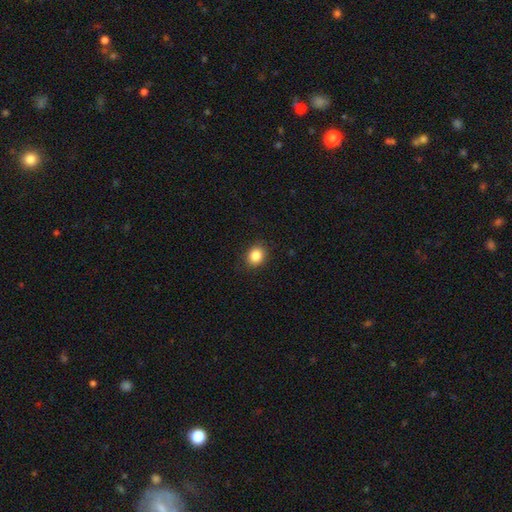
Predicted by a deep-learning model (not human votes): smooth-or-featured: smooth: 86% | star or artifact: 10% | featured or disk: 5%
  how-rounded: round: 65% | in between: 34% | cigar-shaped: 1%
  merging: none: 88% | minor disturbance: 8% | major disturbance: 2% | merger: 1%